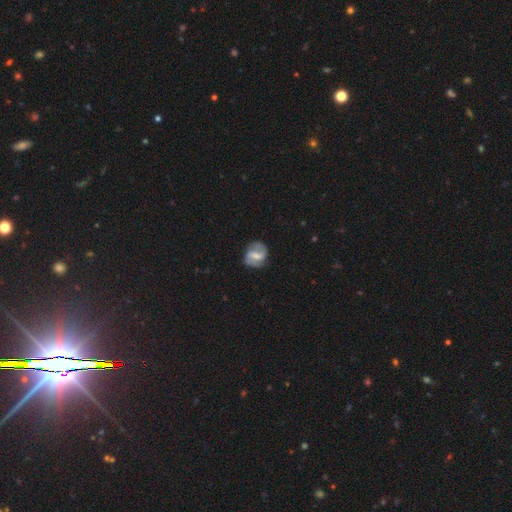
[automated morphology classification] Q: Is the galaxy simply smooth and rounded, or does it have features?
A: featured or disk — 68%.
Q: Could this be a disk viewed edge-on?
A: no — 97%.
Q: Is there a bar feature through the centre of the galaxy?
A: strong — 43%.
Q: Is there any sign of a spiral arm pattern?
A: yes — 84%.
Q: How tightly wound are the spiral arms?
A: medium — 42%.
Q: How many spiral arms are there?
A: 2 — 83%.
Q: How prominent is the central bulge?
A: moderate — 35%.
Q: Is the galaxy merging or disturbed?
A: none — 72%.